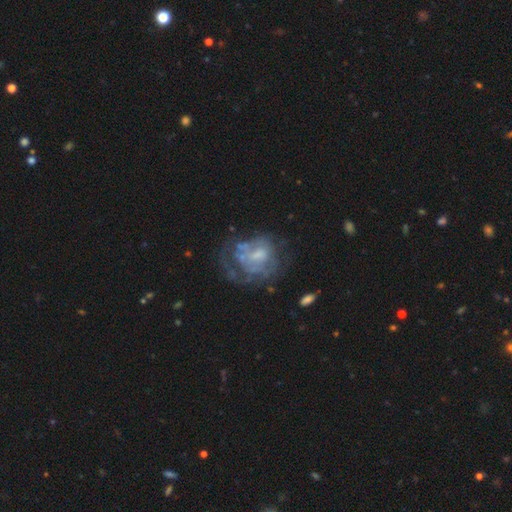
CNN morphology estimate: smooth_or_featured: featured or disk (p=0.64) [alt: smooth p=0.25]
disk_edge_on: no (p=0.97) [alt: yes p=0.03]
bar: no (p=0.72) [alt: weak p=0.24]
has_spiral_arms: no (p=0.63) [alt: yes p=0.37]
bulge_size: moderate (p=0.34) [alt: small p=0.31]
merging: none (p=0.42) [alt: major disturbance p=0.31]